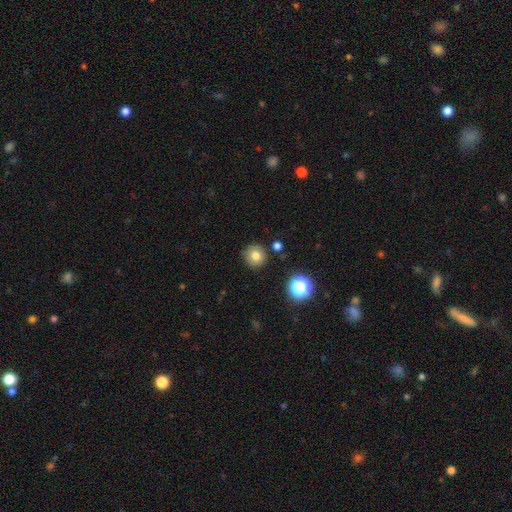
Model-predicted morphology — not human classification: Smooth or featured: smooth — 77% (star or artifact — 13%)
How rounded: round — 93% (in between — 6%)
Merging: none — 87% (minor disturbance — 8%)